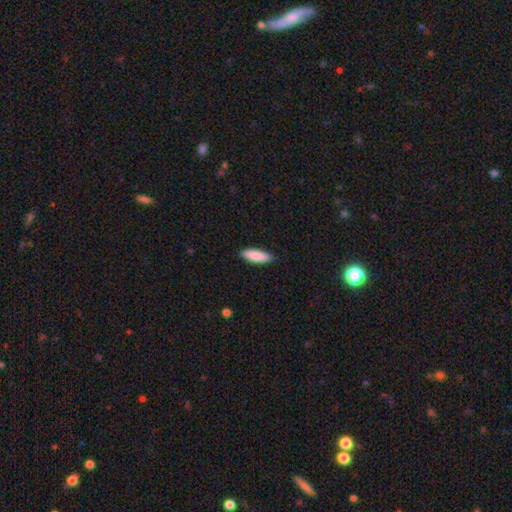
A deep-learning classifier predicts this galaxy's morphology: Smooth or featured: smooth — 87% (featured or disk — 8%)
How rounded: in between — 56% (cigar-shaped — 42%)
Merging: none — 85% (minor disturbance — 12%)